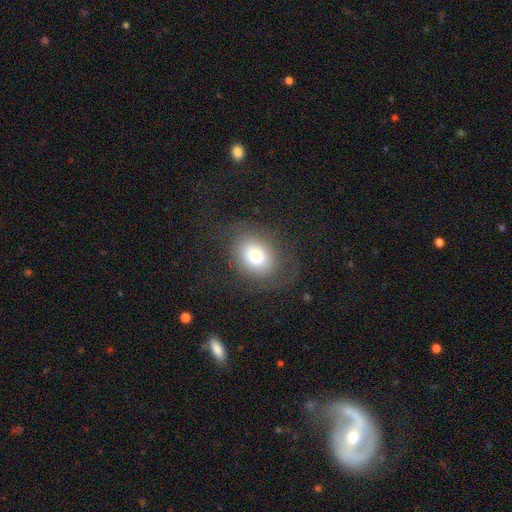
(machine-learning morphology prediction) Smooth or featured: smooth — 70% (featured or disk — 19%)
How rounded: in between — 61% (round — 38%)
Merging: none — 71% (minor disturbance — 15%)